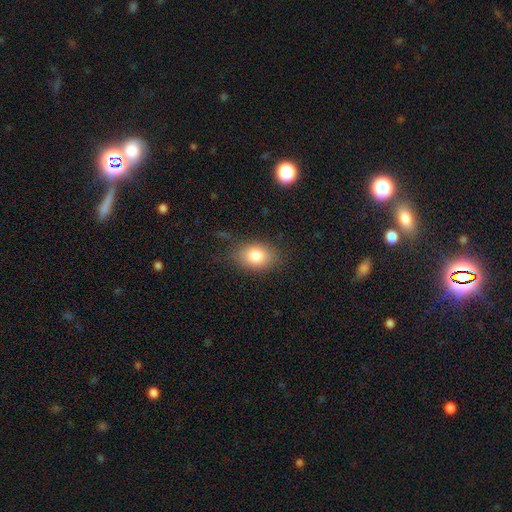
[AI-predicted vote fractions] Q: Smooth or featured?
A: smooth (82%); runner-up: featured or disk (9%)
Q: How rounded?
A: in between (76%); runner-up: round (23%)
Q: Merging?
A: none (77%); runner-up: minor disturbance (16%)